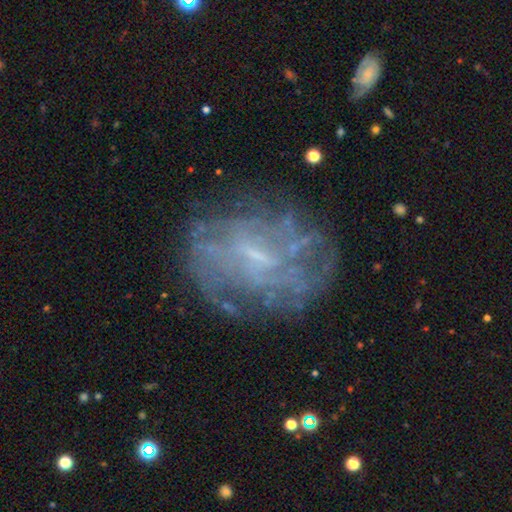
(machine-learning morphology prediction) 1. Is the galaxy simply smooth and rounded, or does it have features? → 71% featured or disk, 17% smooth, 12% star or artifact.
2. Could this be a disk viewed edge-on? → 97% no, 3% yes.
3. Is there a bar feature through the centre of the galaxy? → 48% weak, 40% no, 12% strong.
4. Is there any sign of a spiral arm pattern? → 55% yes, 45% no.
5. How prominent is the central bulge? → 62% small, 23% none, 13% moderate, 1% large, 1% dominant.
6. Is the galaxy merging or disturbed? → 68% none, 17% minor disturbance, 13% major disturbance, 2% merger.